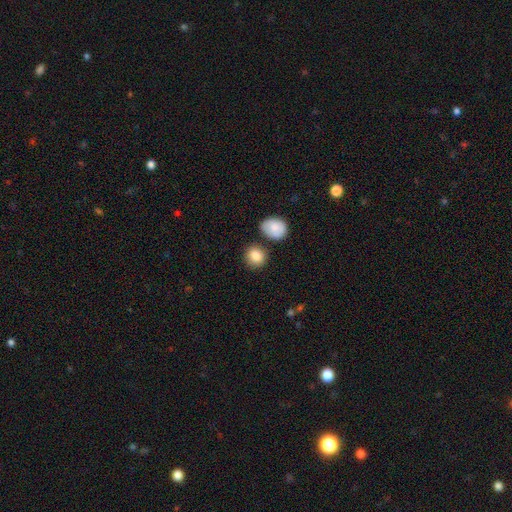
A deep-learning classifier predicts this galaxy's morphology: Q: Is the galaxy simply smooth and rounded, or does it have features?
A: smooth — 86%.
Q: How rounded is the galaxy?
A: round — 80%.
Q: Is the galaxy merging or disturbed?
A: none — 75%.